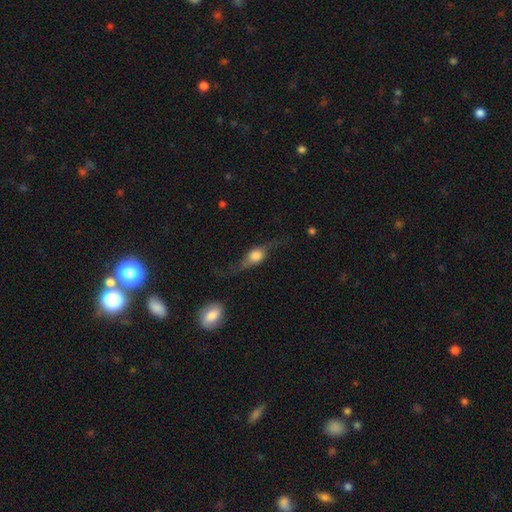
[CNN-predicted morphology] Smooth or featured? featured or disk (56%)
Edge-on disk? yes (67%)
Merging? none (55%)